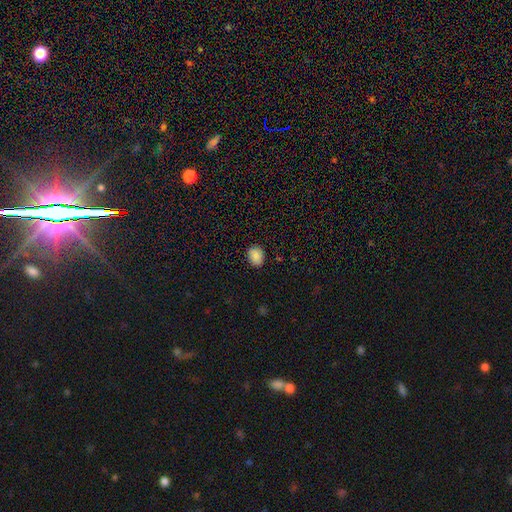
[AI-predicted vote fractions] This appears to be a smooth galaxy with no disk features (88%) that is in between round and cigar-shaped (52%). Merging: none (88%).